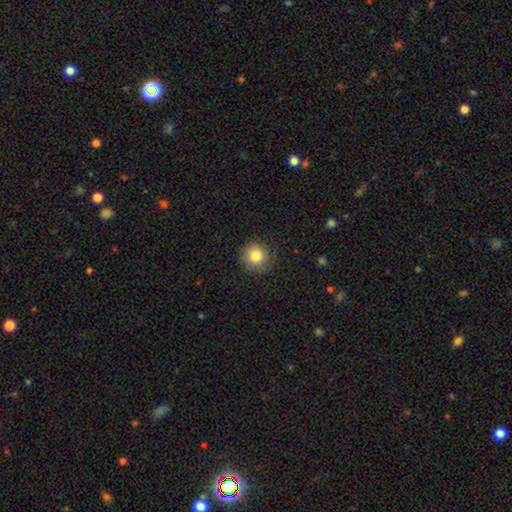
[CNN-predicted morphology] Smooth or featured: smooth — 83% (star or artifact — 10%)
How rounded: round — 94% (in between — 5%)
Merging: none — 87% (minor disturbance — 10%)